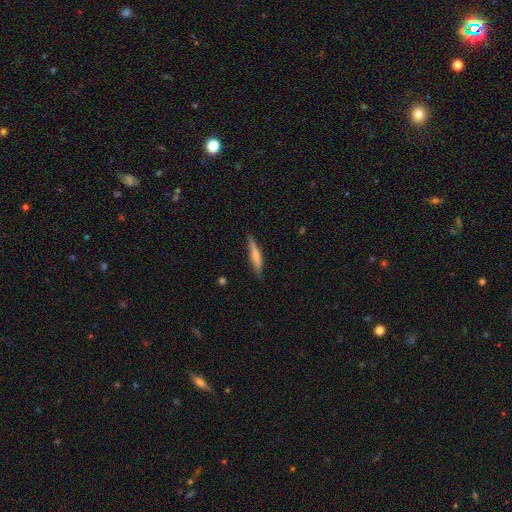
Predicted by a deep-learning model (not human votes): The model was most divided on "smooth or featured": smooth: 65%, featured or disk: 30%, star or artifact: 6%. More confident: how rounded — cigar-shaped (90%); merging — none (83%).